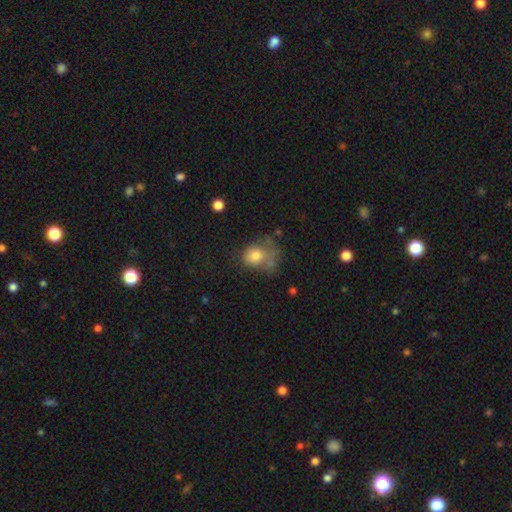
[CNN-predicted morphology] This is likely a smooth galaxy (74%). How rounded: possibly round (54%). Merging: marginally none (33%).